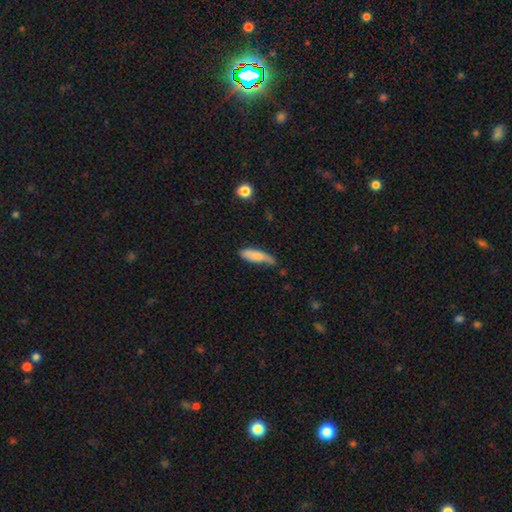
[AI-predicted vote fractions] Overall: smooth (78%). How rounded: cigar-shaped (52%; in between 46%). Merging: none (49%; minor disturbance 37%).